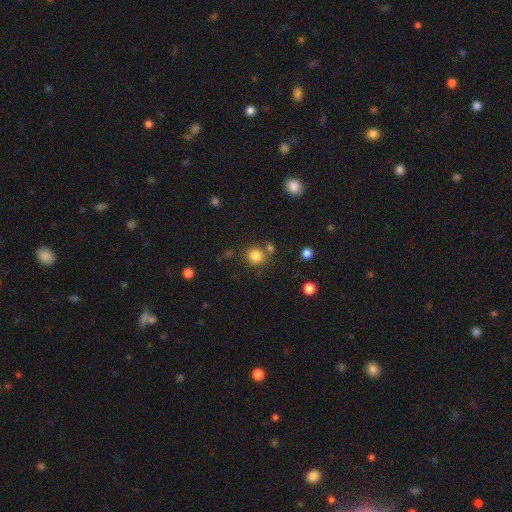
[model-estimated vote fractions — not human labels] A smooth galaxy with no disk features (83%) that is round (85%).

Vote fractions:
- Smooth or featured? smooth: 83% / star or artifact: 12% / featured or disk: 5%
- How rounded? round: 85% / in between: 15% / cigar-shaped: 1%
- Merging? none: 73% / merger: 13% / minor disturbance: 10% / major disturbance: 4%